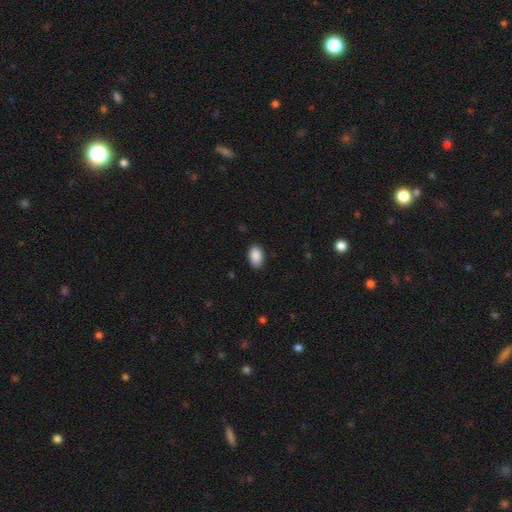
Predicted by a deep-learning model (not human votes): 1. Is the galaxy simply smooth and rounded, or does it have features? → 90% smooth, 7% star or artifact, 3% featured or disk.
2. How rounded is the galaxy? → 93% in between, 6% round, 1% cigar-shaped.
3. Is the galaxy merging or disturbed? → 88% none, 9% minor disturbance, 2% major disturbance, 1% merger.